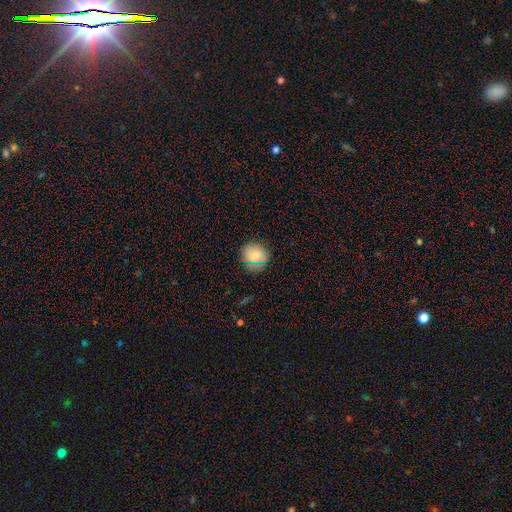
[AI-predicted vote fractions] A smooth galaxy with no disk features (77%) that is round (89%). Merging: none (83%).